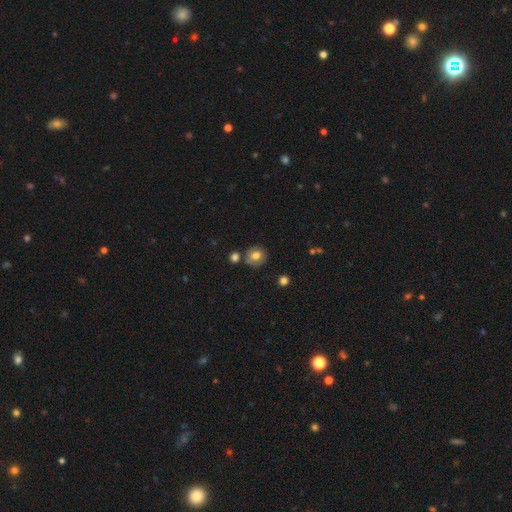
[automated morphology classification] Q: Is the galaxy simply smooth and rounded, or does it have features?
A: smooth — 74%.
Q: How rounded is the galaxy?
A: round — 85%.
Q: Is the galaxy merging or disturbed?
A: none — 76%.